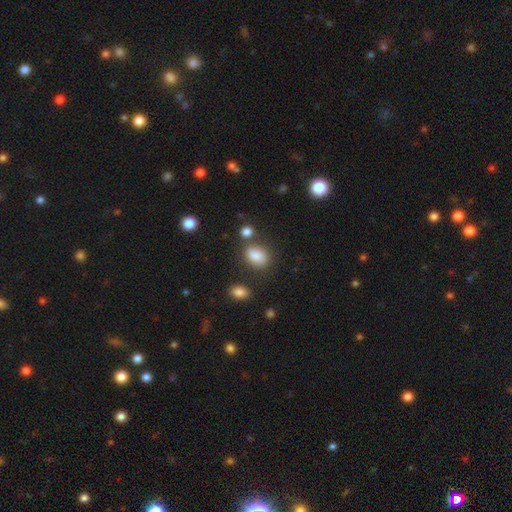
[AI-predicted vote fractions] Morphology: type=smooth (85%); roundness=in between (76%); merging=none (69%).